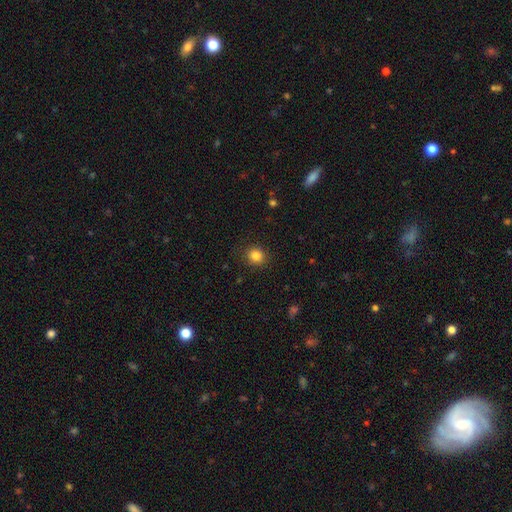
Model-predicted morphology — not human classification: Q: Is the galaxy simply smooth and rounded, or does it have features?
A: smooth — 84%.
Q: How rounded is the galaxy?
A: round — 79%.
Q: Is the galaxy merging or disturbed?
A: none — 89%.